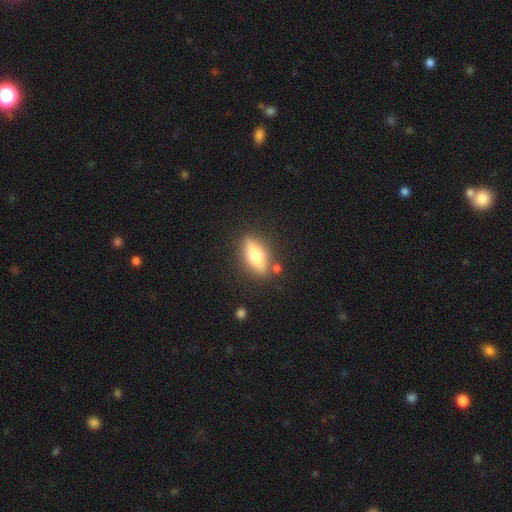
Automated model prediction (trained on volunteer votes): A smooth galaxy with no disk features (52%) that is in between round and cigar-shaped (67%).

Vote fractions:
- Smooth or featured? smooth: 52% / featured or disk: 41% / star or artifact: 7%
- How rounded? in between: 67% / cigar-shaped: 28% / round: 5%
- Merging? none: 83% / minor disturbance: 11% / merger: 4% / major disturbance: 3%